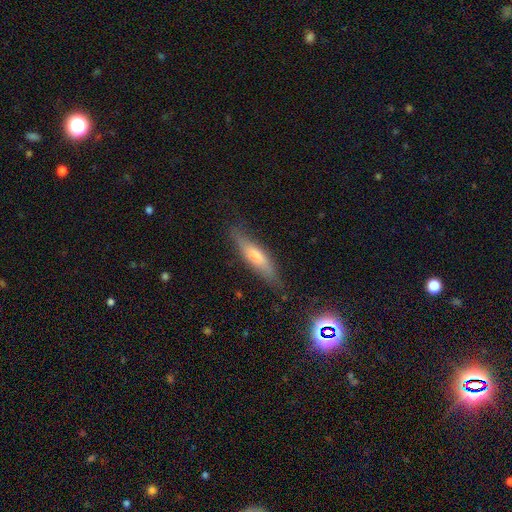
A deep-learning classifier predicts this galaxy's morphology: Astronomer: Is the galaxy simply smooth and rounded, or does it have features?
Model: smooth — 56% (runner-up: featured or disk, 35%).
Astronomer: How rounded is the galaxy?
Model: cigar-shaped — 76%.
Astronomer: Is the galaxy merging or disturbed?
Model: none — 75%.